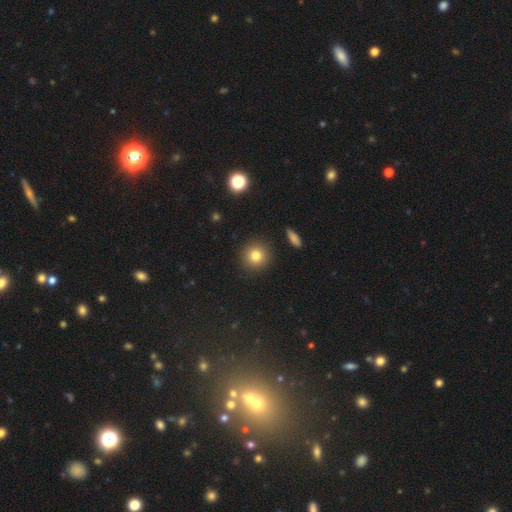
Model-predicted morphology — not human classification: The model was most divided on "smooth or featured": smooth: 81%, star or artifact: 12%, featured or disk: 8%. More confident: how rounded — round (92%); merging — none (91%).